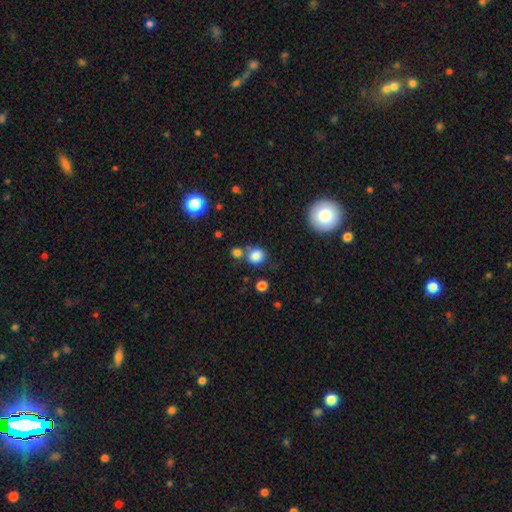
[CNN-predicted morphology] A smooth galaxy with no disk features (83%) that is round (82%).

Vote fractions:
- Smooth or featured? smooth: 83% / star or artifact: 12% / featured or disk: 6%
- How rounded? round: 82% / in between: 17% / cigar-shaped: 1%
- Merging? none: 67% / merger: 17% / minor disturbance: 12% / major disturbance: 4%